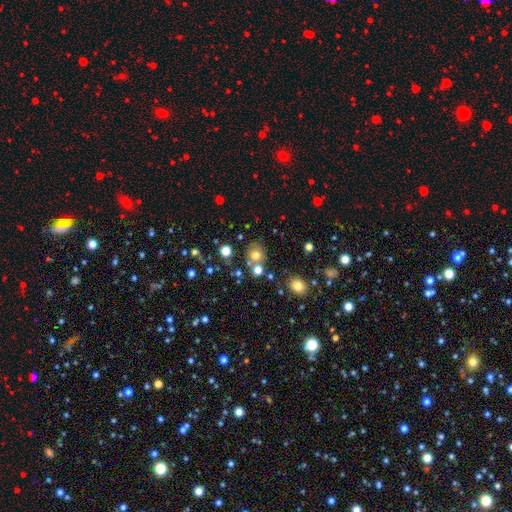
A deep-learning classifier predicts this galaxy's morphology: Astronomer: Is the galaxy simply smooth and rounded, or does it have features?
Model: smooth — 69%.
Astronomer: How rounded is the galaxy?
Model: round — 76%.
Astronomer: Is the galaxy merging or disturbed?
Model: none — 64%.